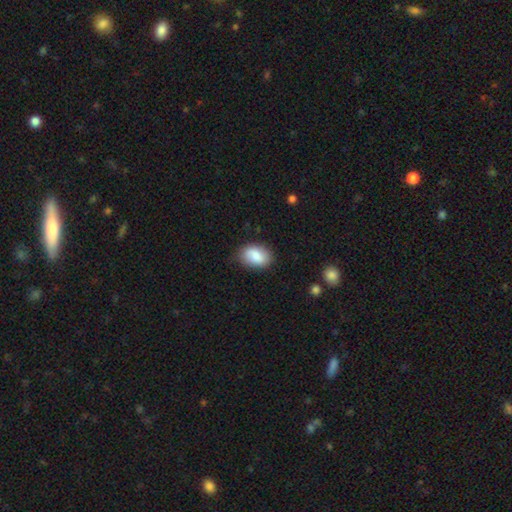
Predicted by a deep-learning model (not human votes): Smooth or featured?
  - smooth: 83% *
  - featured or disk: 10%
  - star or artifact: 7%
How rounded?
  - in between: 82% *
  - round: 17%
  - cigar-shaped: 1%
Merging?
  - none: 79% *
  - minor disturbance: 16%
  - major disturbance: 3%
  - merger: 1%